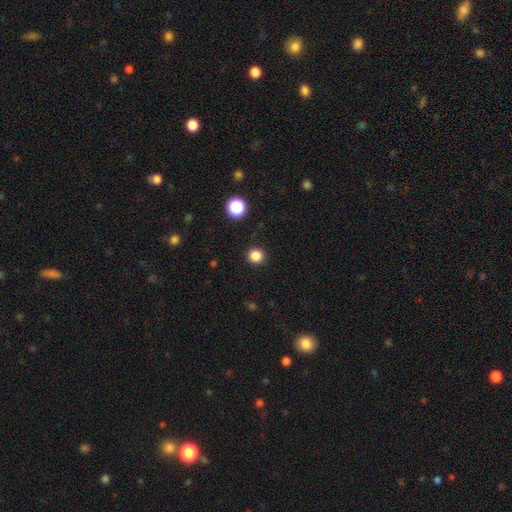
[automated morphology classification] A smooth galaxy with no disk features (85%) that is round (94%). Merging: none (92%).